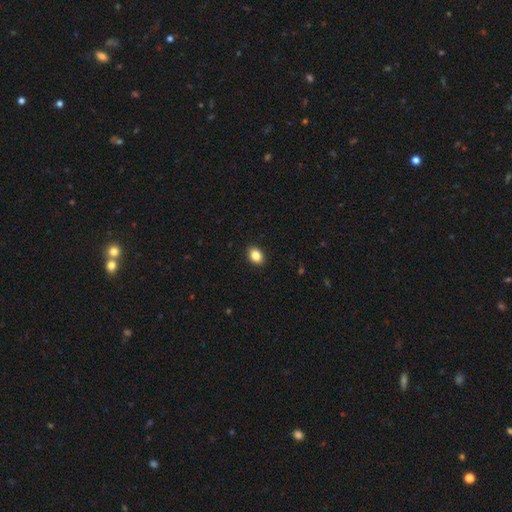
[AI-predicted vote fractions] Smooth or featured? Predicted: smooth (p=0.85). How rounded? Predicted: in between (p=0.74). Merging? Predicted: none (p=0.91).